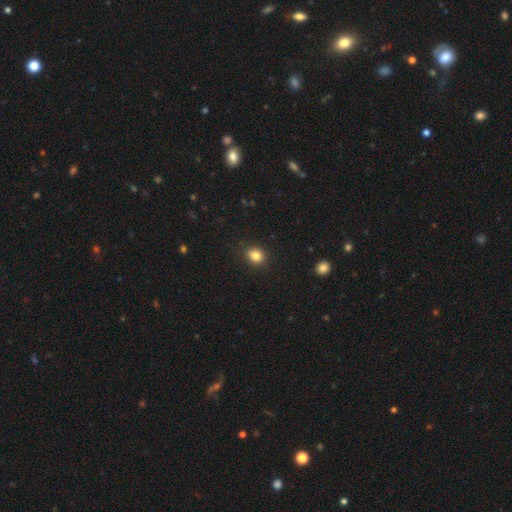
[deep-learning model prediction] A smooth galaxy with no disk features (83%) that is round (63%). Merging: none (86%).